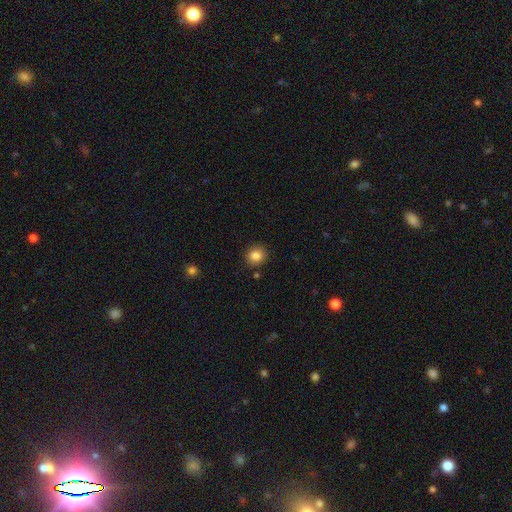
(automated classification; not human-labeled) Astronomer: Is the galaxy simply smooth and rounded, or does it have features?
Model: smooth — 84%.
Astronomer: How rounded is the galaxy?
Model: round — 85%.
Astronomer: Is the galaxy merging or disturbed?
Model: none — 89%.